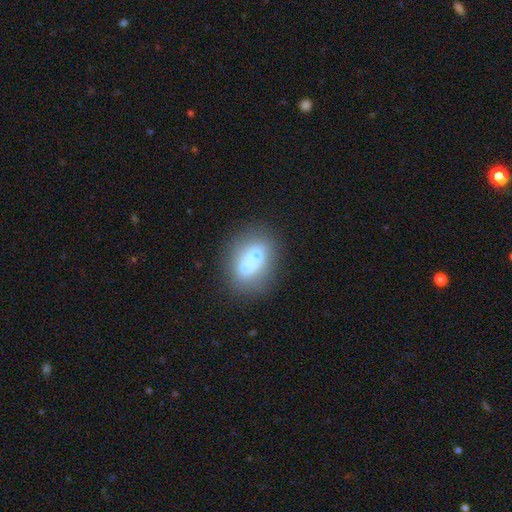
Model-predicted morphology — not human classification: smooth 55%, featured or disk 33%, star or artifact 13%. Down the decision tree: how rounded — in between (56%); merging — none (44%).